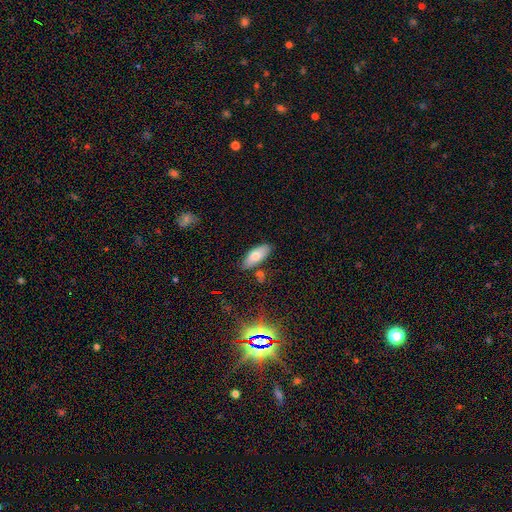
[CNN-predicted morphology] A smooth galaxy with no disk features (77%) that is in between round and cigar-shaped (80%). Merging: none (79%).